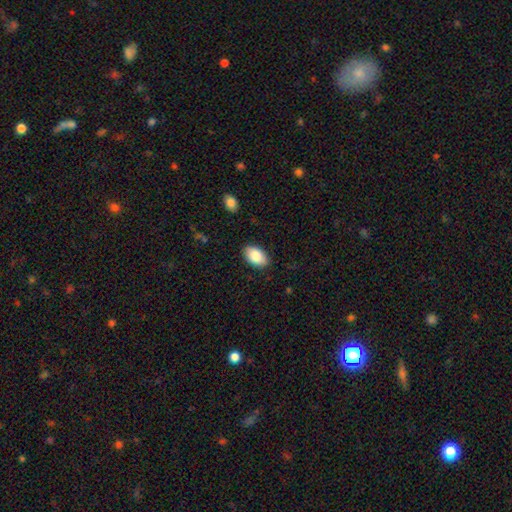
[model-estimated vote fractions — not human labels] Smooth or featured? Predicted: smooth (p=0.86). How rounded? Predicted: in between (p=0.93). Merging? Predicted: none (p=0.87).